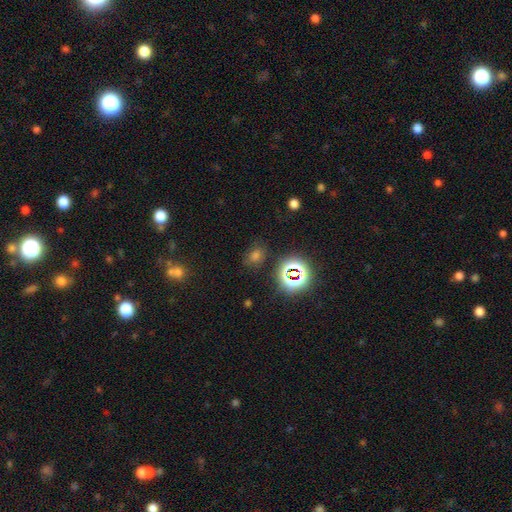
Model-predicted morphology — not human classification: Smooth or featured? smooth (50%)
Merging? none (78%)